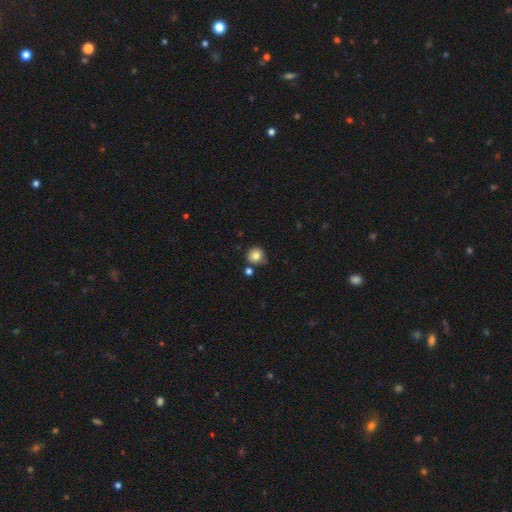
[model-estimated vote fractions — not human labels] Morphology: type=smooth (80%); roundness=round (91%); merging=none (74%).